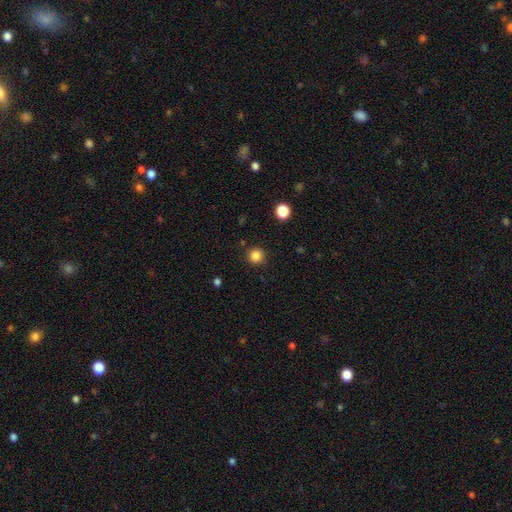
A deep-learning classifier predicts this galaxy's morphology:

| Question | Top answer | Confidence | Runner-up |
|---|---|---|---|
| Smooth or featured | smooth | 84% | star or artifact (12%) |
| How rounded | round | 95% | in between (4%) |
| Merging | none | 89% | minor disturbance (7%) |